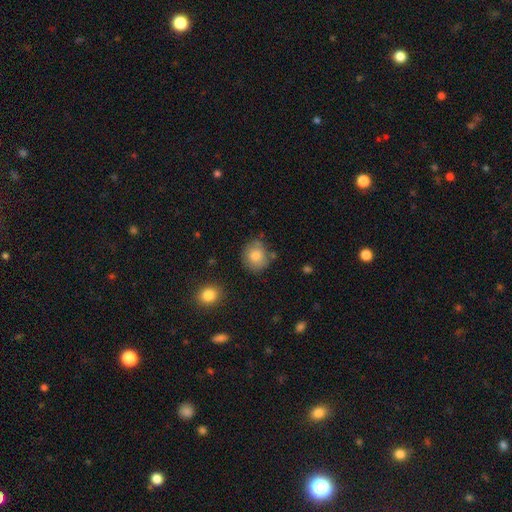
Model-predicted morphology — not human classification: Smooth or featured? Predicted: smooth (p=0.82). How rounded? Predicted: round (p=0.64). Merging? Predicted: none (p=0.72).